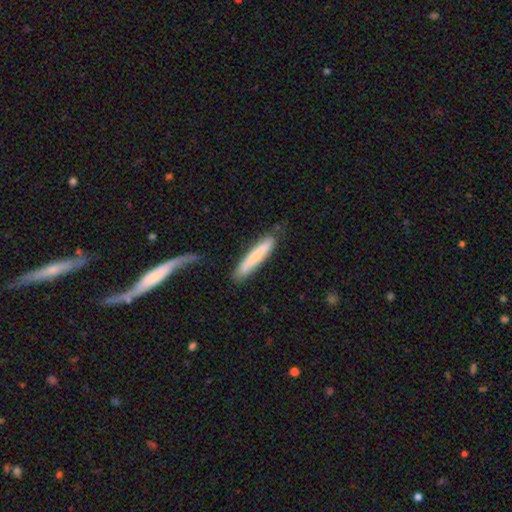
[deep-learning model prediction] A smooth galaxy with no disk features (70%) that is cigar-shaped (91%). Merging: none (73%).